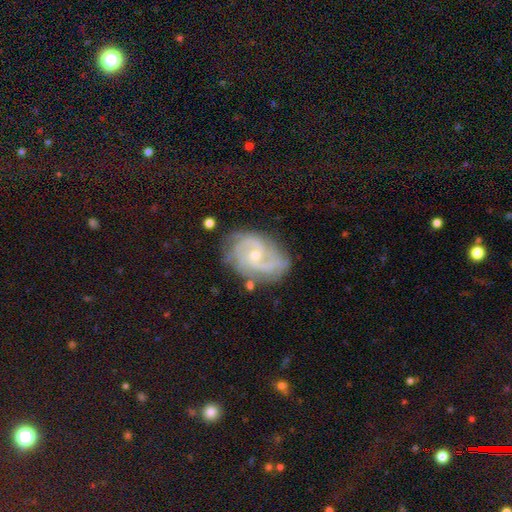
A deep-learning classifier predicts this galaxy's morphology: This is clearly a featured or disk galaxy (85%). It is clearly not viewed edge-on (97%). Bar: possibly no (57%). Spiral arm pattern: clearly yes (96%). Spiral arm count: possibly 2 (55%). Spiral winding: possibly medium (46%). Central bulge: likely small (64%). Merging: likely none (69%).